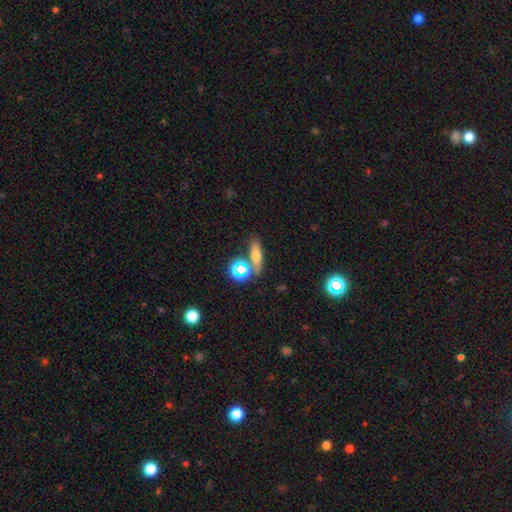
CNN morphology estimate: smooth 56%, featured or disk 23%, star or artifact 21%. Down the decision tree: how rounded — cigar-shaped (46%); merging — none (73%).